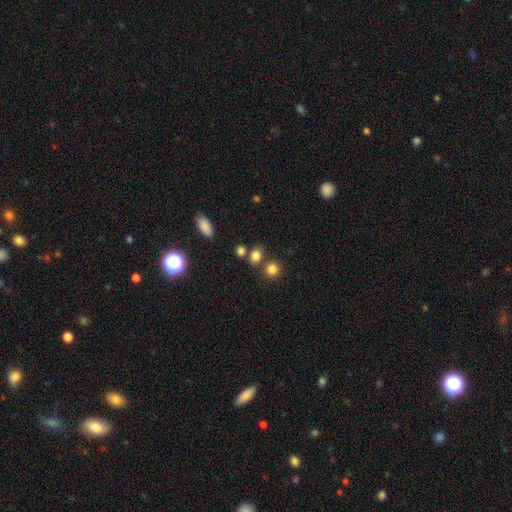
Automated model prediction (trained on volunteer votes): A smooth galaxy with no disk features (80%) that is round (57%).

Vote fractions:
- Smooth or featured? smooth: 80% / star or artifact: 15% / featured or disk: 5%
- How rounded? round: 57% / in between: 41% / cigar-shaped: 2%
- Merging? none: 65% / merger: 21% / minor disturbance: 11% / major disturbance: 4%